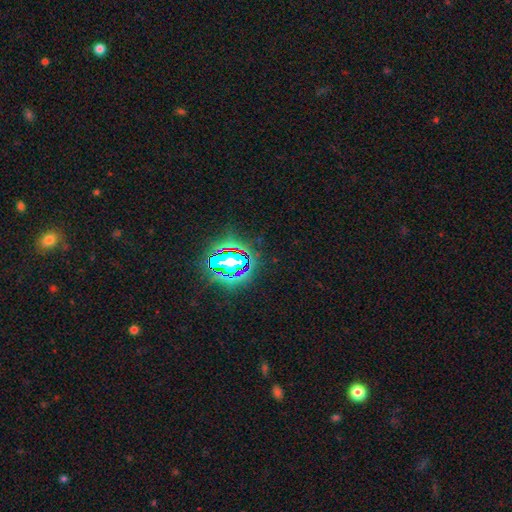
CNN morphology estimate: type=star or artifact (81%).